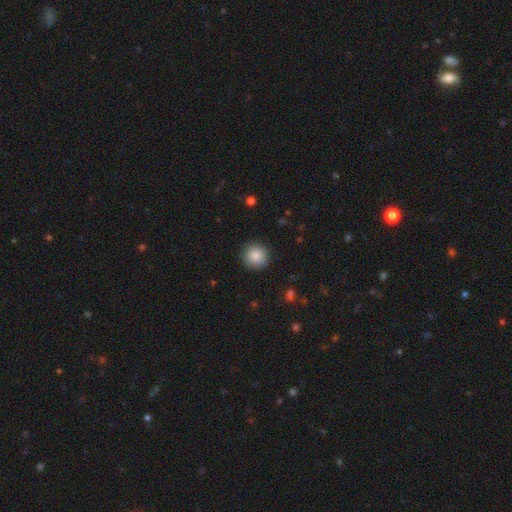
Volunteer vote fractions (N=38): Consensus on every question: how rounded — round (100%); merging — none (100%); smooth or featured — smooth (97%).